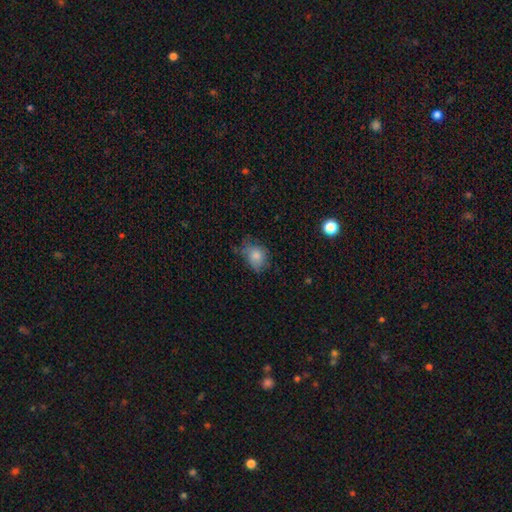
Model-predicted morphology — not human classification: This is likely a smooth galaxy (79%). How rounded: possibly in between (57%). Merging: possibly none (48%).